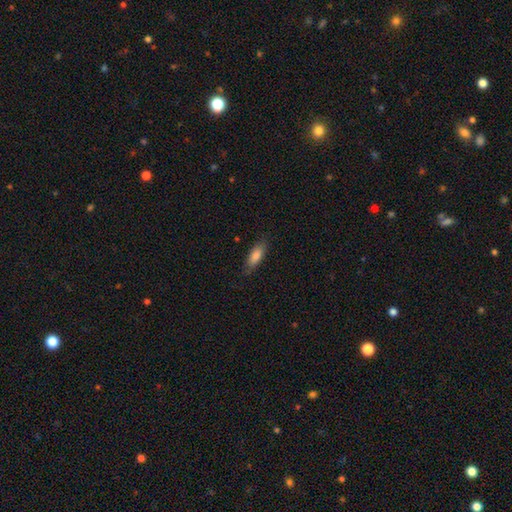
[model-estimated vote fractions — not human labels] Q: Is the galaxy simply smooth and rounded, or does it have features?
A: smooth — 80%.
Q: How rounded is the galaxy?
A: in between — 60%.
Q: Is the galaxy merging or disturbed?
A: none — 82%.